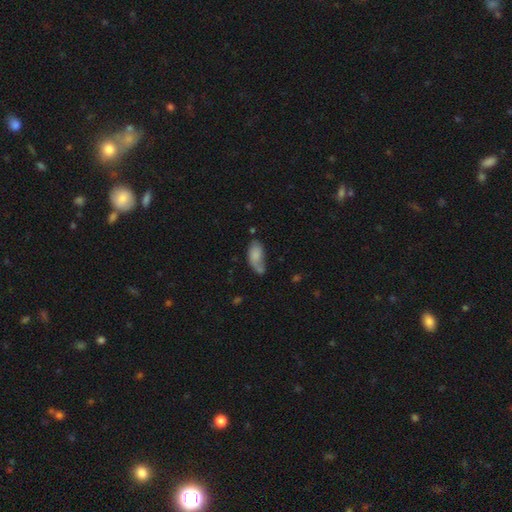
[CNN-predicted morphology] A smooth galaxy with no disk features (76%) that is in between round and cigar-shaped (87%).

Vote fractions:
- Smooth or featured? smooth: 76% / featured or disk: 16% / star or artifact: 8%
- How rounded? in between: 87% / cigar-shaped: 9% / round: 3%
- Merging? none: 39% / minor disturbance: 26% / merger: 20% / major disturbance: 15%